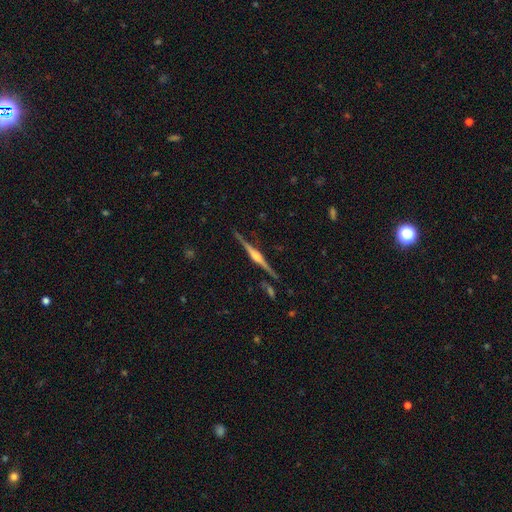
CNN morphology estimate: This appears to be a featured or disk galaxy (87%) viewed edge-on (99%) with a rounded central bulge (87%). Merging: none (89%).